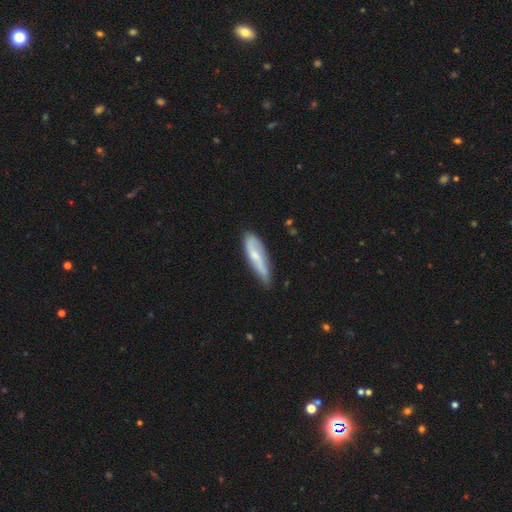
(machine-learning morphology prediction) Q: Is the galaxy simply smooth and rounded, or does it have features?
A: featured or disk — 47%, tied with smooth.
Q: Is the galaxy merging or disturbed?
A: none — 58%.